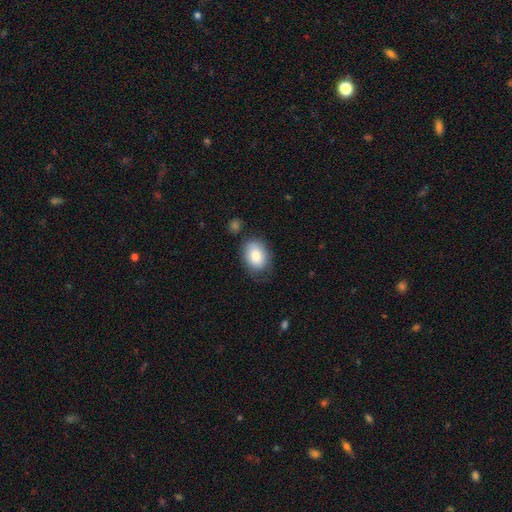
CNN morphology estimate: smooth_or_featured: smooth (p=0.82) [alt: featured or disk p=0.12]
how_rounded: in between (p=0.77) [alt: round p=0.22]
merging: none (p=0.64) [alt: minor disturbance p=0.25]